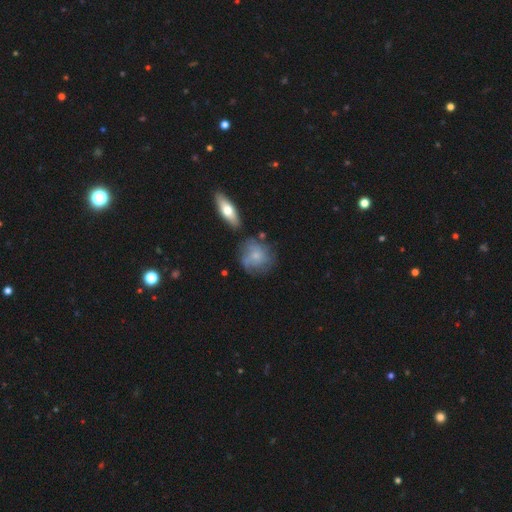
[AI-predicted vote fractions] Smooth or featured?
  - featured or disk: 49% *
  - smooth: 42%
  - star or artifact: 8%
Merging?
  - none: 58% *
  - minor disturbance: 24%
  - major disturbance: 12%
  - merger: 6%